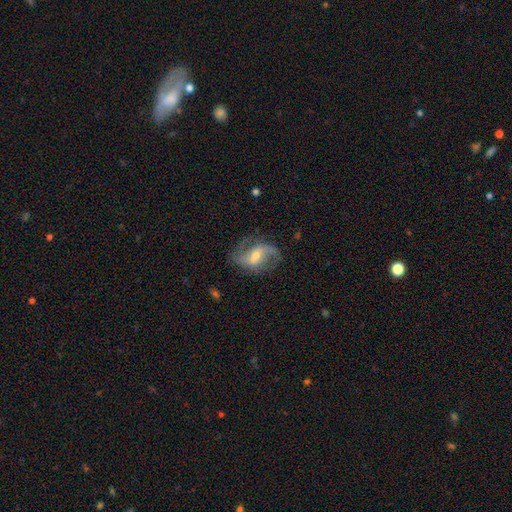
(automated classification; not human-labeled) Smooth or featured: featured or disk — 82% (smooth — 12%)
Edge-on disk: no — 97% (yes — 3%)
Bar: weak — 45% (strong — 31%)
Spiral arms: yes — 92% (no — 8%)
Spiral winding: loose — 45% (medium — 42%)
Spiral arm count: 2 — 85% (can't tell — 6%)
Bulge size: moderate — 51% (small — 44%)
Merging: none — 71% (minor disturbance — 17%)